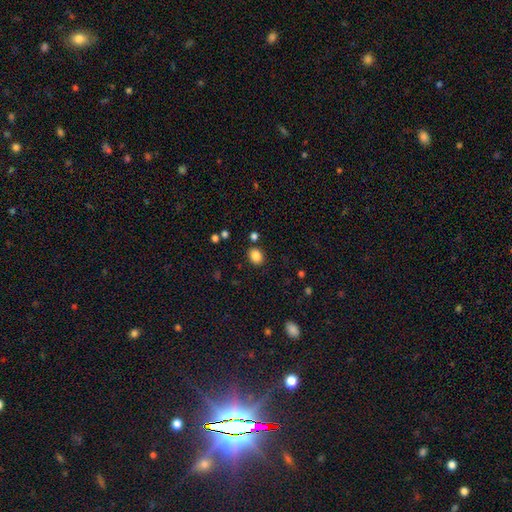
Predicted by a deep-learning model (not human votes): Smooth or featured?
  - smooth: 85% *
  - star or artifact: 10%
  - featured or disk: 4%
How rounded?
  - in between: 54% *
  - round: 45%
  - cigar-shaped: 1%
Merging?
  - none: 84% *
  - minor disturbance: 9%
  - merger: 4%
  - major disturbance: 3%